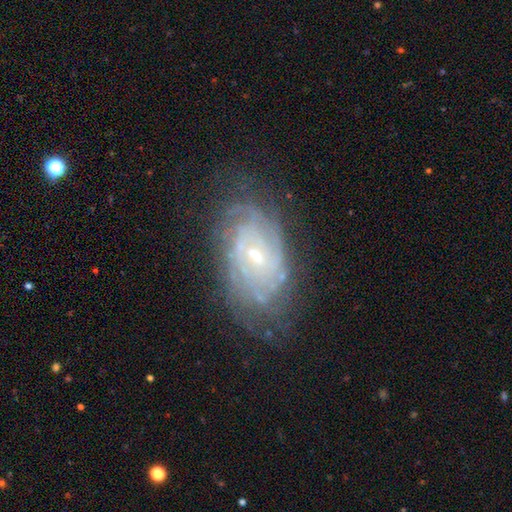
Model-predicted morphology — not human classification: Q: Smooth or featured?
A: featured or disk (84%); runner-up: smooth (9%)
Q: Edge-on disk?
A: no (95%); runner-up: yes (5%)
Q: Bar?
A: weak (47%); runner-up: no (41%)
Q: Spiral arms?
A: yes (94%); runner-up: no (6%)
Q: Spiral winding?
A: tight (73%); runner-up: medium (22%)
Q: Spiral arm count?
A: can't tell (46%); runner-up: 4 (14%)
Q: Bulge size?
A: small (62%); runner-up: moderate (34%)
Q: Merging?
A: none (70%); runner-up: minor disturbance (20%)